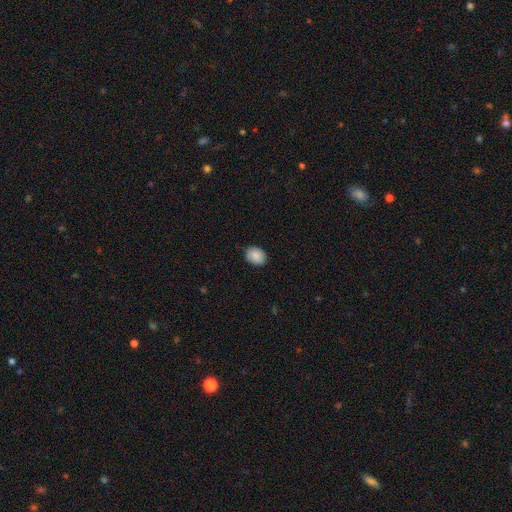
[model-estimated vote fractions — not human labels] Overall: smooth (88%). How rounded: in between (56%; round 43%). Merging: none (84%).